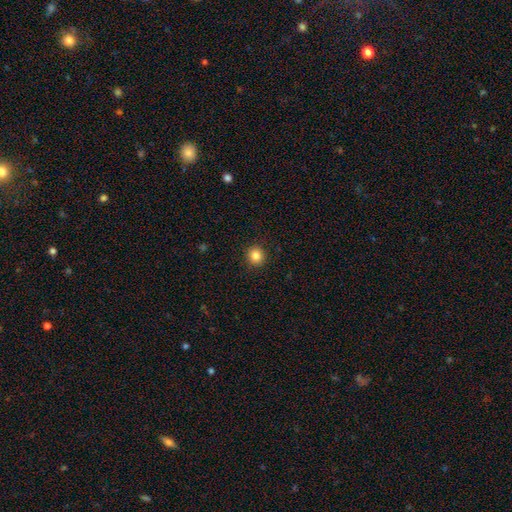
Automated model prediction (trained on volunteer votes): Smooth or featured? Predicted: smooth (p=0.84). How rounded? Predicted: round (p=0.90). Merging? Predicted: none (p=0.92).